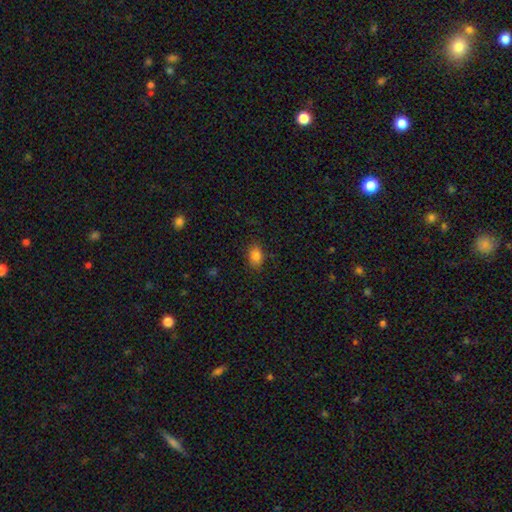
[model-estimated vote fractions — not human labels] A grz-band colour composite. It shows a smooth galaxy with no disk features (85%) that is in between round and cigar-shaped (78%). Merging: none (83%).